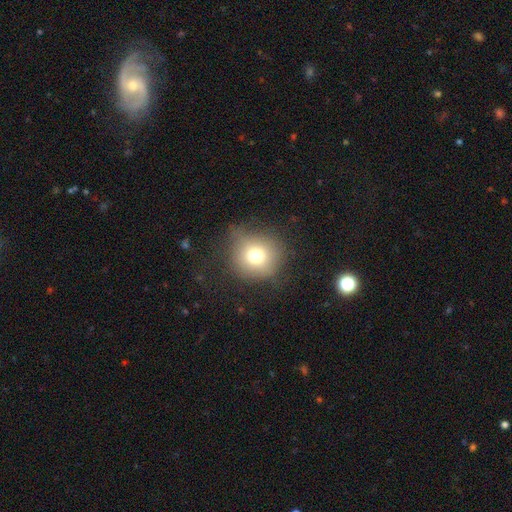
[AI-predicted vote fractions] Q: Smooth or featured?
A: smooth (73%); runner-up: star or artifact (14%)
Q: How rounded?
A: round (90%); runner-up: in between (9%)
Q: Merging?
A: none (70%); runner-up: minor disturbance (19%)